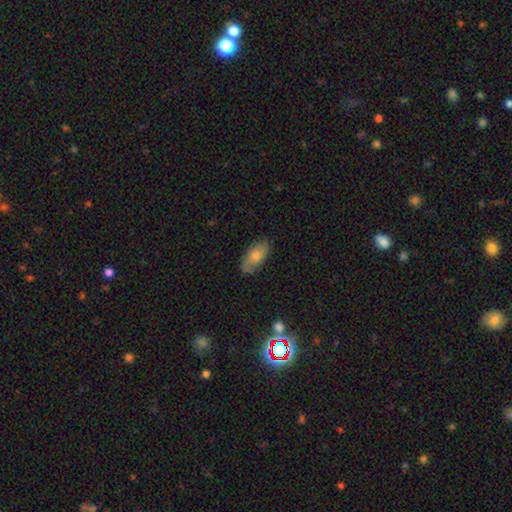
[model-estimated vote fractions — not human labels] smooth_or_featured: smooth (p=0.58) [alt: featured or disk p=0.30]
how_rounded: in between (p=0.87) [alt: cigar-shaped p=0.08]
merging: none (p=0.78) [alt: minor disturbance p=0.17]